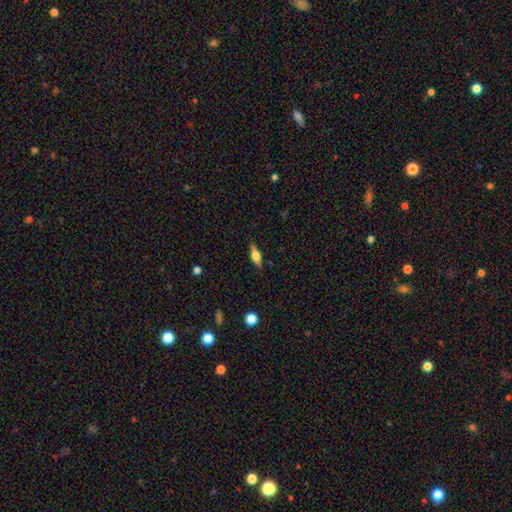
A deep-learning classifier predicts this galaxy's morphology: featured or disk 54%, smooth 38%, star or artifact 8%. Down the decision tree: edge-on disk — yes (95%); edge-on bulge — rounded (87%); merging — none (86%).